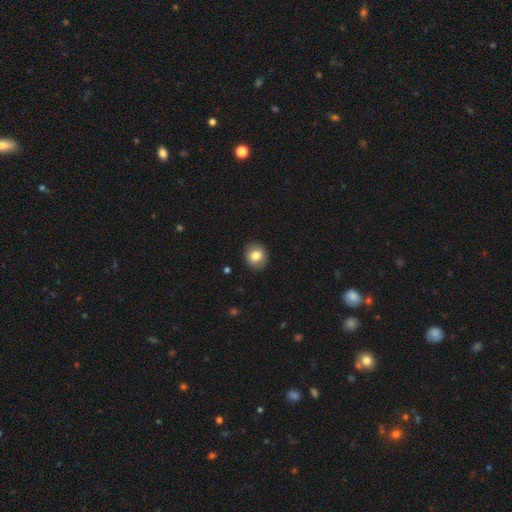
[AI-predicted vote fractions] Smooth or featured? smooth (81%)
How rounded? round (76%)
Merging? none (89%)